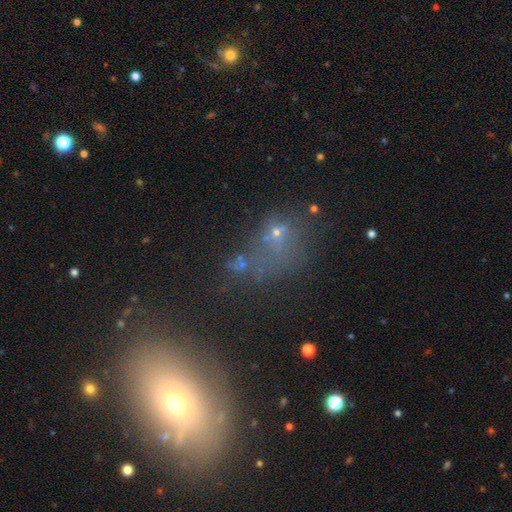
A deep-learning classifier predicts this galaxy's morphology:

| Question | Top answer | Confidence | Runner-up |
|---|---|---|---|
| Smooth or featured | smooth | 43% | star or artifact (39%) |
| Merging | none | 56% | merger (20%) |